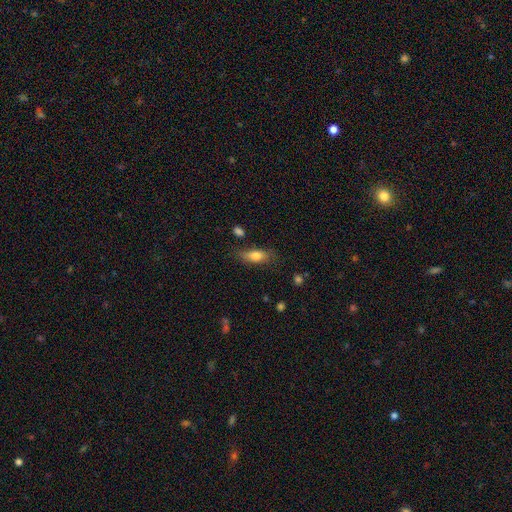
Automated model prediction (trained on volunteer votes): Q: Smooth or featured?
A: smooth (75%); runner-up: featured or disk (18%)
Q: How rounded?
A: in between (71%); runner-up: cigar-shaped (25%)
Q: Merging?
A: none (69%); runner-up: minor disturbance (21%)